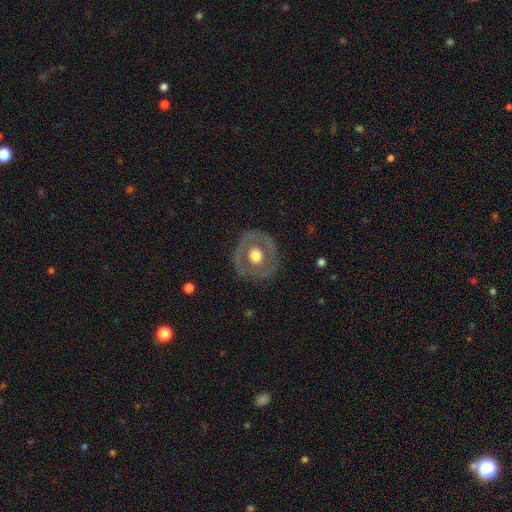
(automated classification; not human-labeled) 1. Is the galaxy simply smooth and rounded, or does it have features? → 52% featured or disk, 42% smooth, 6% star or artifact.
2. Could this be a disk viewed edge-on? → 94% no, 6% yes.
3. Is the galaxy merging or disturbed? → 81% none, 12% minor disturbance, 6% major disturbance, 1% merger.